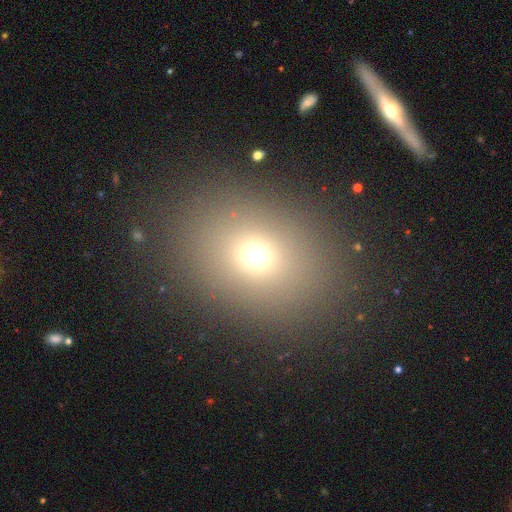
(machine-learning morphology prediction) Smooth or featured? smooth (69%)
How rounded? in between (55%)
Merging? none (86%)